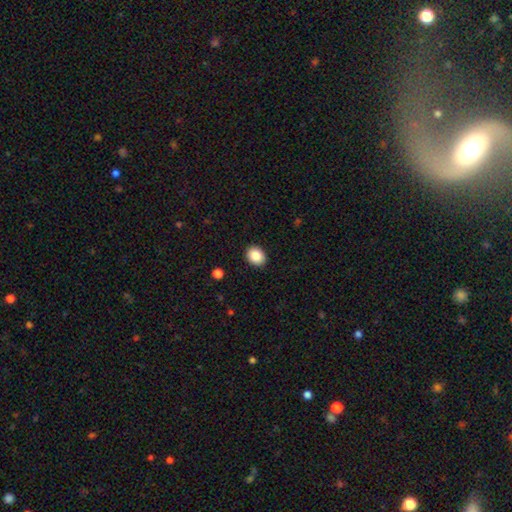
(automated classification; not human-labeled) This is clearly a smooth galaxy (87%). How rounded: possibly in between (53%). Merging: clearly none (91%).